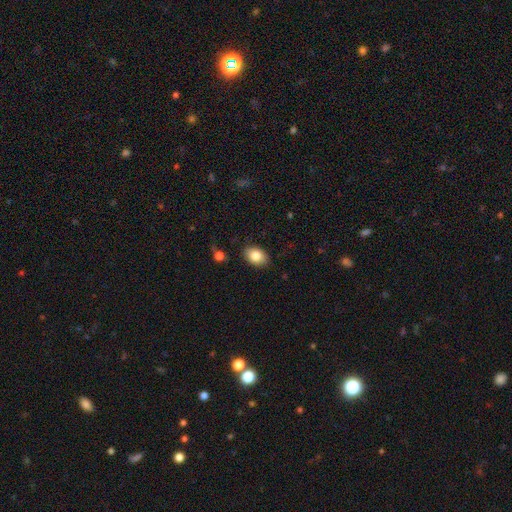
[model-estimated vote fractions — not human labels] smooth_or_featured: smooth (p=0.83) [alt: featured or disk p=0.09]
how_rounded: in between (p=0.82) [alt: round p=0.17]
merging: none (p=0.86) [alt: minor disturbance p=0.10]